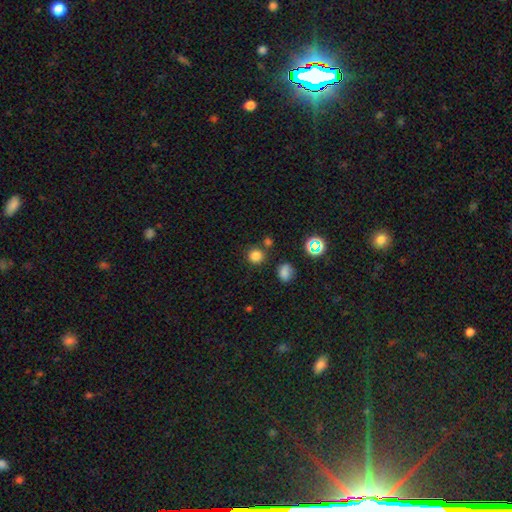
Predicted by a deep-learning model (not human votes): The model was most divided on "smooth or featured": smooth: 78%, star or artifact: 17%, featured or disk: 5%. More confident: how rounded — round (90%); merging — none (77%).